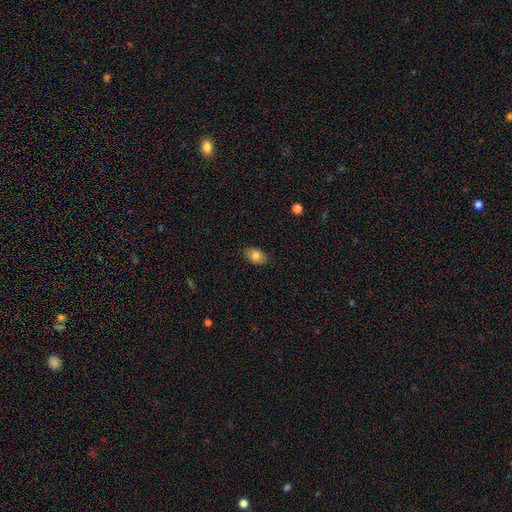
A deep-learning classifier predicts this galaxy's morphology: A smooth galaxy with no disk features (79%) that is in between round and cigar-shaped (87%).

Vote fractions:
- Smooth or featured? smooth: 79% / featured or disk: 13% / star or artifact: 8%
- How rounded? in between: 87% / round: 11% / cigar-shaped: 2%
- Merging? none: 85% / minor disturbance: 12% / major disturbance: 2% / merger: 1%